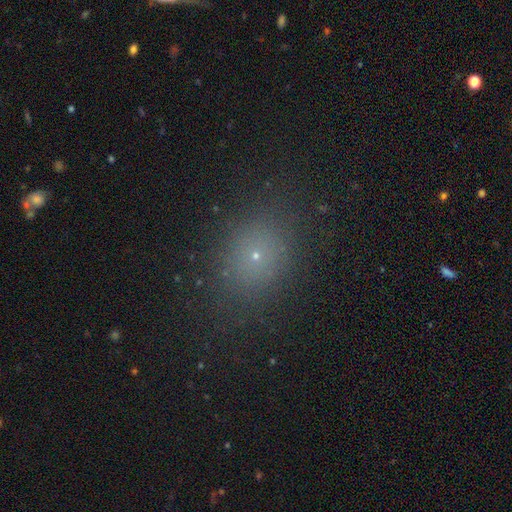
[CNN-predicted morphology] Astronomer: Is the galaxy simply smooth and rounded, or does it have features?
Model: smooth — 67%.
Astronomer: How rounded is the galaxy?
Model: round — 56% (runner-up: in between, 42%).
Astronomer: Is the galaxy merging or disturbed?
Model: none — 87%.